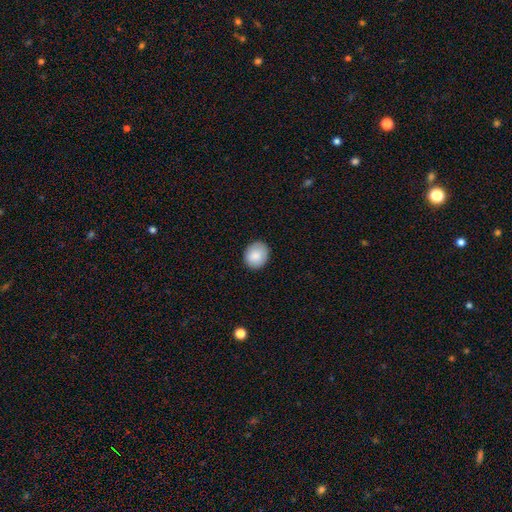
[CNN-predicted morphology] The model was most divided on "how rounded": round: 65%, in between: 34%, cigar-shaped: 1%. More confident: merging — none (87%); smooth or featured — smooth (87%).